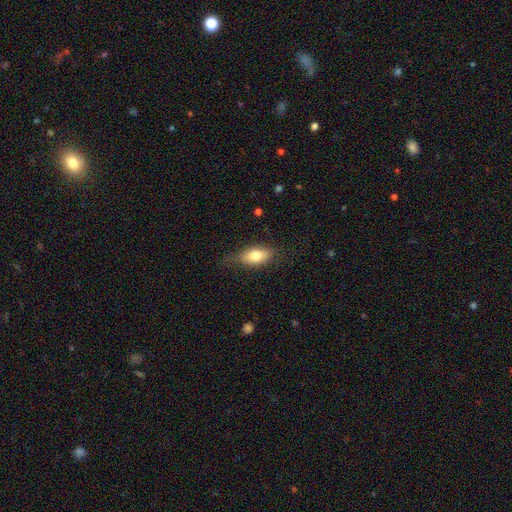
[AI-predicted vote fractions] Morphology: type=smooth (75%); roundness=in between (85%); merging=none (71%).